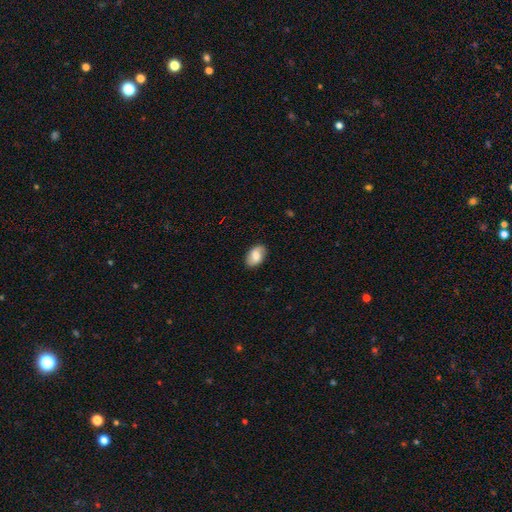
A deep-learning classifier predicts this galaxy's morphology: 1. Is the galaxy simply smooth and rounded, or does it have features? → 60% smooth, 32% featured or disk, 8% star or artifact.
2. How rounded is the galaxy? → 87% in between, 11% round, 2% cigar-shaped.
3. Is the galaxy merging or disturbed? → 84% none, 12% minor disturbance, 3% major disturbance, 1% merger.